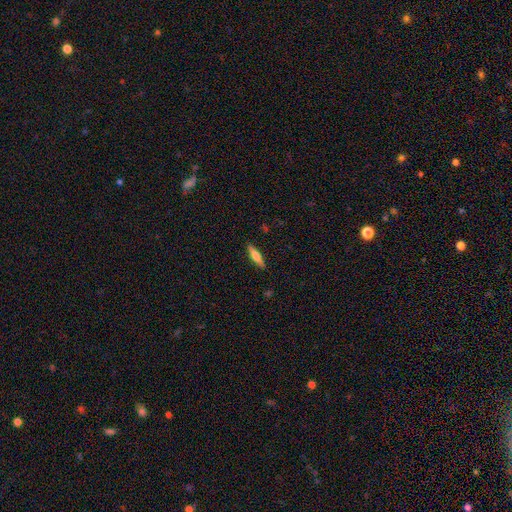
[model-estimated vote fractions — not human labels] This is likely a smooth galaxy (61%). How rounded: likely cigar-shaped (73%). Merging: clearly none (89%).